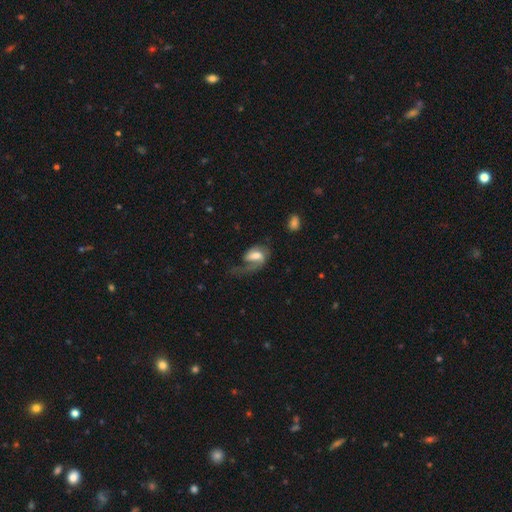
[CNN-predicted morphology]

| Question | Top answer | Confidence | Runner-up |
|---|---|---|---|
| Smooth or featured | featured or disk | 59% | smooth (34%) |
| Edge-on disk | no | 96% | yes (4%) |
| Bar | weak | 46% | no (35%) |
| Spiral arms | yes | 84% | no (16%) |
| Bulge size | moderate | 52% | large (20%) |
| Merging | major disturbance | 50% | none (29%) |